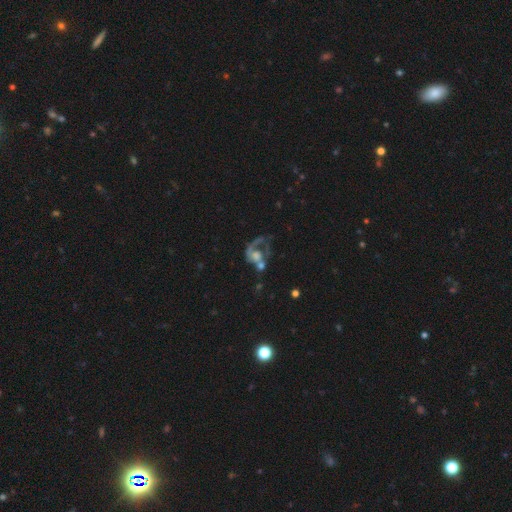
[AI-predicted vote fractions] Smooth or featured? Predicted: featured or disk (p=0.63). Edge-on disk? Predicted: no (p=0.97). Bar? Predicted: no (p=0.81). Spiral arms? Predicted: yes (p=0.59). Bulge size? Predicted: moderate (p=0.37). Merging? Predicted: major disturbance (p=0.36).